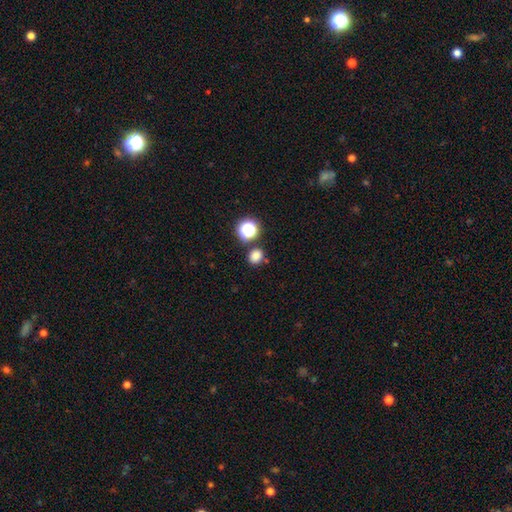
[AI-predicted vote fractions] A smooth galaxy with no disk features (79%) that is round (67%). Merging: none (76%).